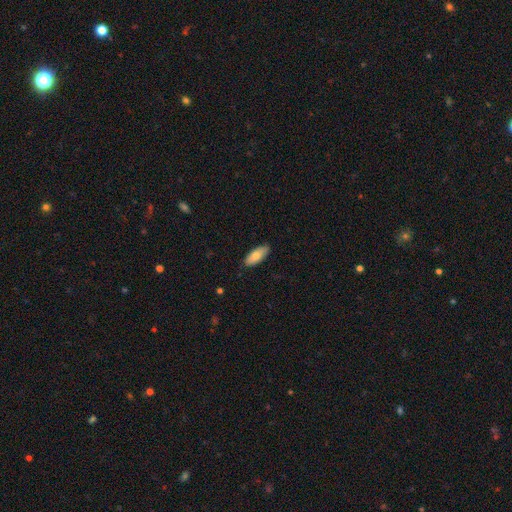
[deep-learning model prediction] This is likely a smooth galaxy (78%). How rounded: clearly in between (82%). Merging: clearly none (86%).